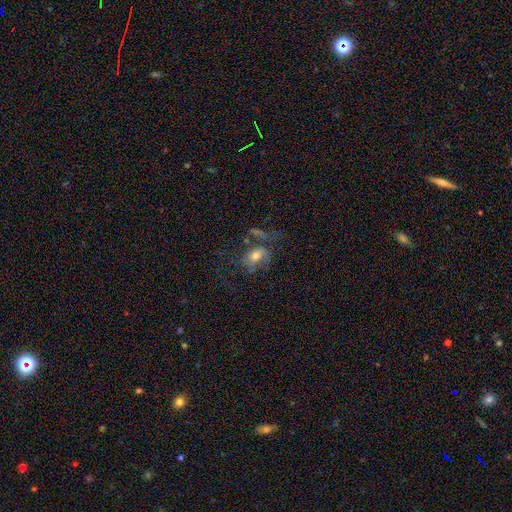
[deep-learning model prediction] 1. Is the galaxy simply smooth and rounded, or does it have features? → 44% smooth (tied), 44% featured or disk (tied), 12% star or artifact.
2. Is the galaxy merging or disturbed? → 38% major disturbance, 33% none, 19% minor disturbance, 10% merger.